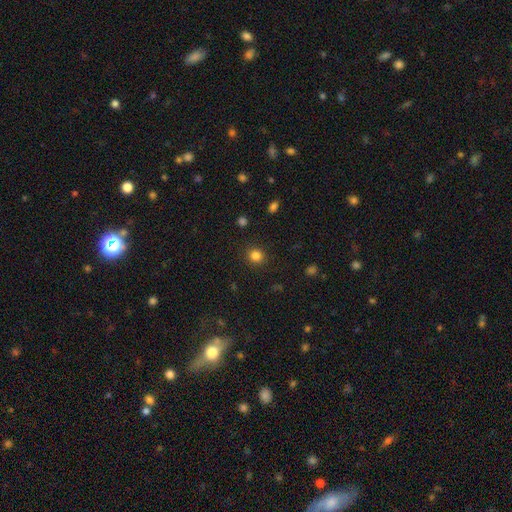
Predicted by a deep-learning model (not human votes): Smooth or featured: smooth — 83% (star or artifact — 13%)
How rounded: round — 87% (in between — 12%)
Merging: none — 89% (minor disturbance — 7%)